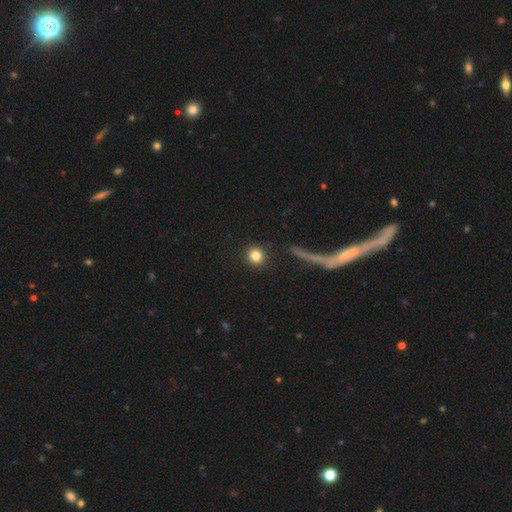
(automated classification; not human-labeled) Overall: smooth (83%). How rounded: round (93%). Merging: none (92%).